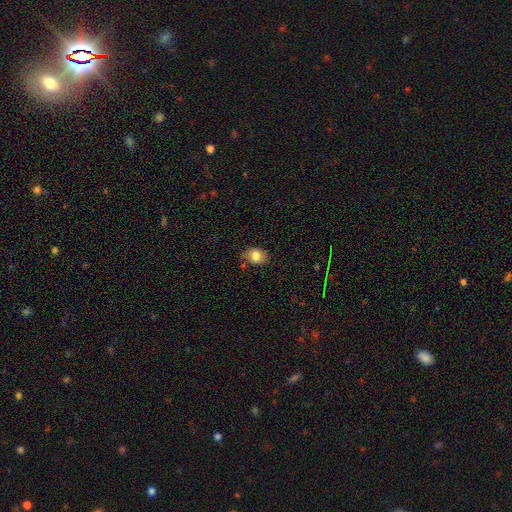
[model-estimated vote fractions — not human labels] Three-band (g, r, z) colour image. It shows a smooth galaxy with no disk features (81%) that is in between round and cigar-shaped (56%). Merging: none (75%).